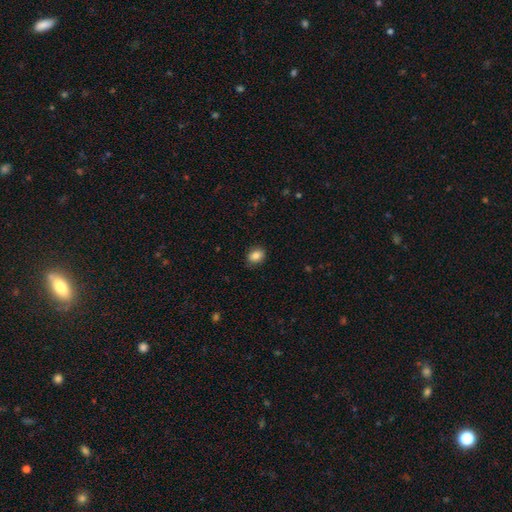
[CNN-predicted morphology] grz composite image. It shows a smooth galaxy with no disk features (86%) that is in between round and cigar-shaped (60%). Merging: none (87%).